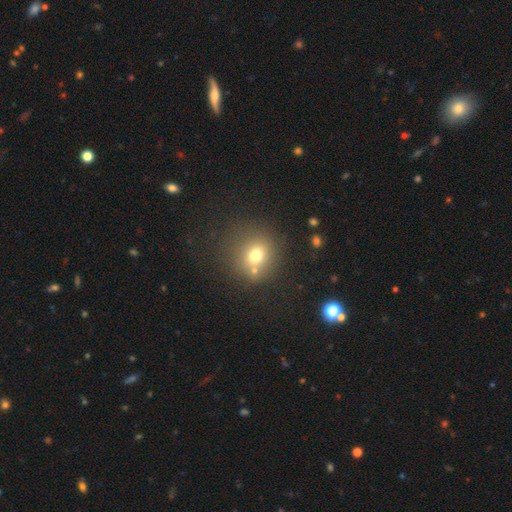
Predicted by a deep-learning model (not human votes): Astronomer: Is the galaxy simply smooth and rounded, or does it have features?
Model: smooth — 71%.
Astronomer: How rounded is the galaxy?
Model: round — 84%.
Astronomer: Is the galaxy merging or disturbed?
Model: none — 68%.